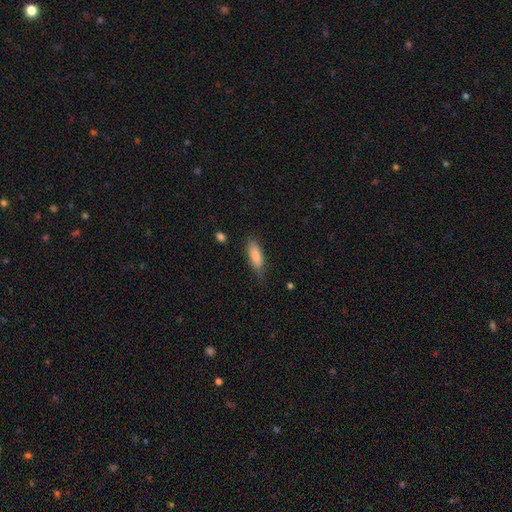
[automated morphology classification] Overall: smooth (85%). How rounded: in between (61%; cigar-shaped 38%). Merging: none (67%).